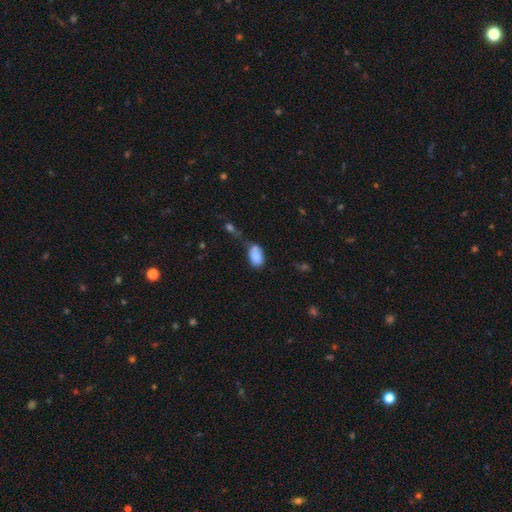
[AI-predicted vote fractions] Smooth or featured? Predicted: smooth (p=0.84). How rounded? Predicted: in between (p=0.91). Merging? Predicted: none (p=0.38).